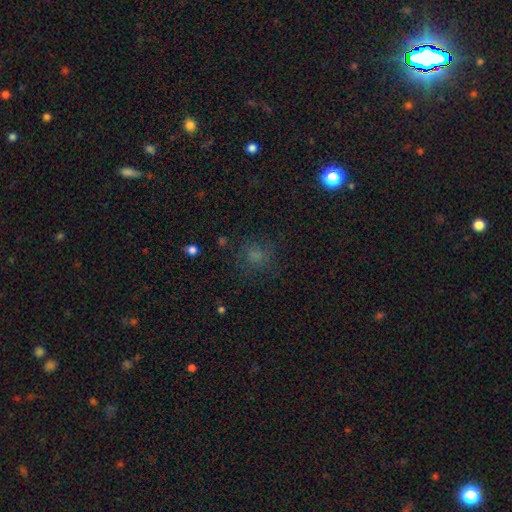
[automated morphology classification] type=smooth (64%); roundness=round (82%); merging=none (76%).